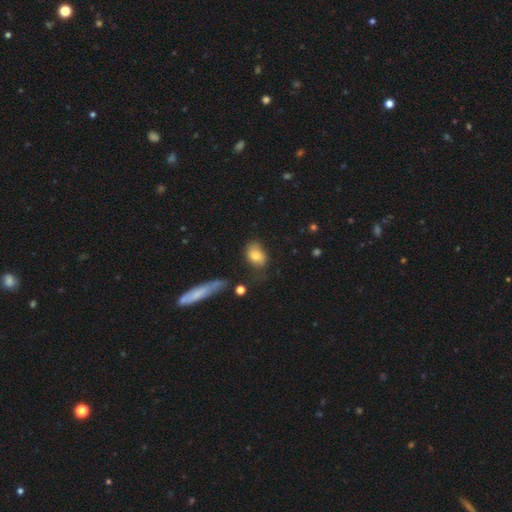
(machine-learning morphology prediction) smooth 78%, featured or disk 14%, star or artifact 8%. Down the decision tree: how rounded — in between (77%); merging — none (60%).